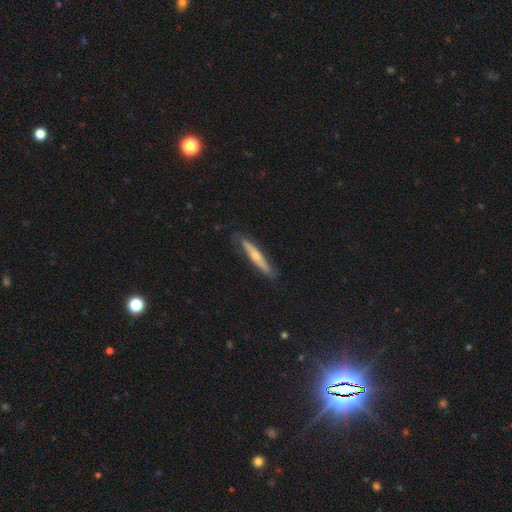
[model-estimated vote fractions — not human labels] Smooth or featured?
  - featured or disk: 53% *
  - smooth: 42%
  - star or artifact: 5%
Edge-on disk?
  - yes: 86% *
  - no: 14%
Merging?
  - none: 78% *
  - minor disturbance: 17%
  - major disturbance: 3%
  - merger: 1%